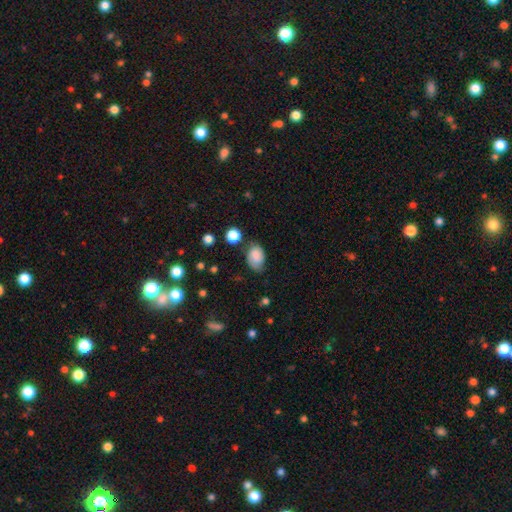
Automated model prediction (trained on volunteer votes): Q: Smooth or featured?
A: smooth (79%); runner-up: featured or disk (11%)
Q: How rounded?
A: in between (82%); runner-up: round (16%)
Q: Merging?
A: none (58%); runner-up: minor disturbance (30%)